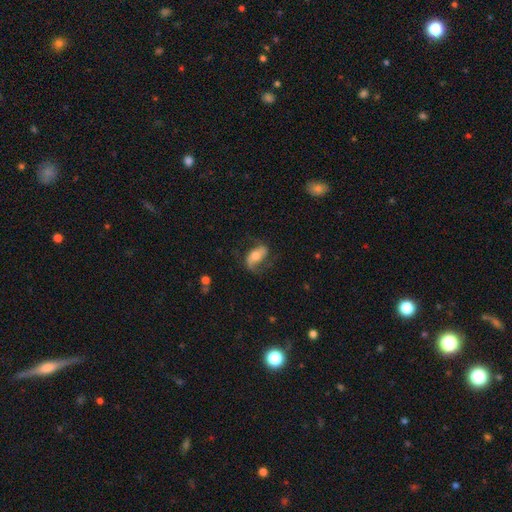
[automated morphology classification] Smooth or featured: featured or disk — 65% (smooth — 28%)
Edge-on disk: no — 92% (yes — 8%)
Bar: no — 37% (strong — 33%)
Spiral arms: yes — 88% (no — 12%)
Spiral winding: loose — 54% (medium — 34%)
Spiral arm count: 2 — 83% (1 — 8%)
Bulge size: moderate — 63% (small — 21%)
Merging: none — 64% (minor disturbance — 20%)